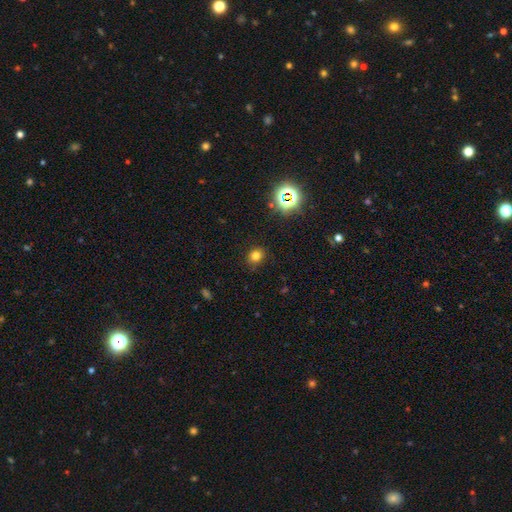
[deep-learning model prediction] Q: Smooth or featured?
A: smooth (75%); runner-up: star or artifact (19%)
Q: How rounded?
A: round (72%); runner-up: in between (27%)
Q: Merging?
A: none (87%); runner-up: minor disturbance (9%)